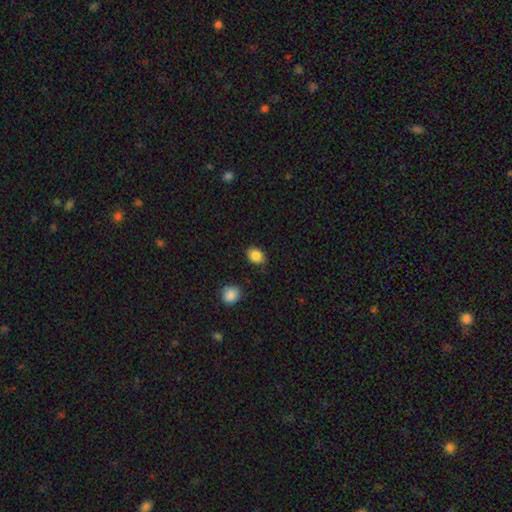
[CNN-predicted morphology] smooth_or_featured: smooth (p=0.87) [alt: star or artifact p=0.09]
how_rounded: in between (p=0.62) [alt: round p=0.37]
merging: none (p=0.82) [alt: minor disturbance p=0.13]